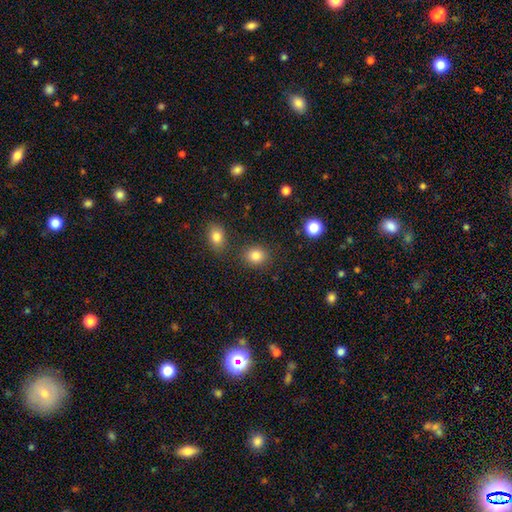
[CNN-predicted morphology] smooth-or-featured: smooth: 84% | star or artifact: 10% | featured or disk: 5%
  how-rounded: round: 69% | in between: 30% | cigar-shaped: 1%
  merging: none: 82% | minor disturbance: 9% | merger: 6% | major disturbance: 3%